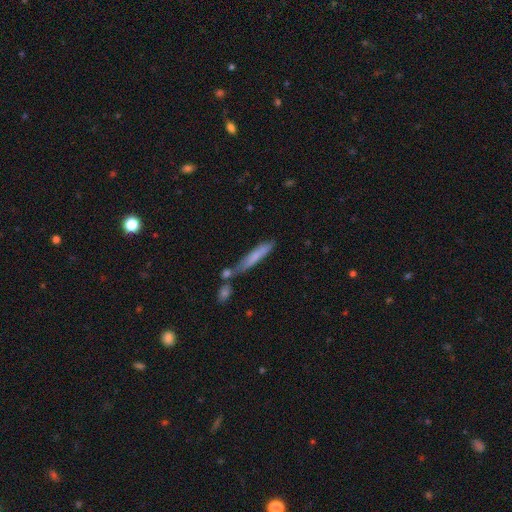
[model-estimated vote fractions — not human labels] A smooth galaxy with no disk features (66%) that is cigar-shaped (90%). Merging: none (46%).